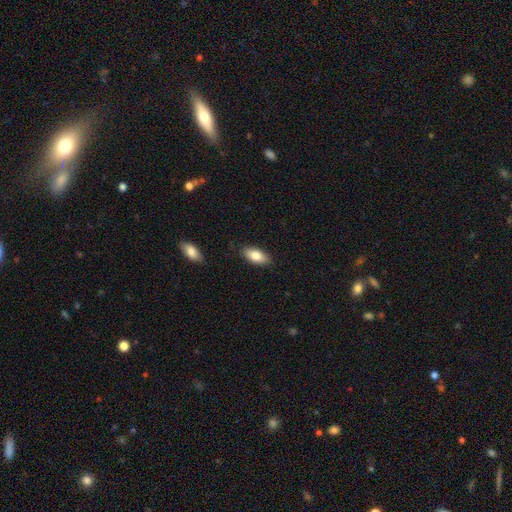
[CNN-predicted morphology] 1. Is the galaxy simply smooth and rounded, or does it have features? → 82% smooth, 11% featured or disk, 7% star or artifact.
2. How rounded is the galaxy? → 89% in between, 8% cigar-shaped, 3% round.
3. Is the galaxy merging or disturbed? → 86% none, 10% minor disturbance, 2% major disturbance, 1% merger.